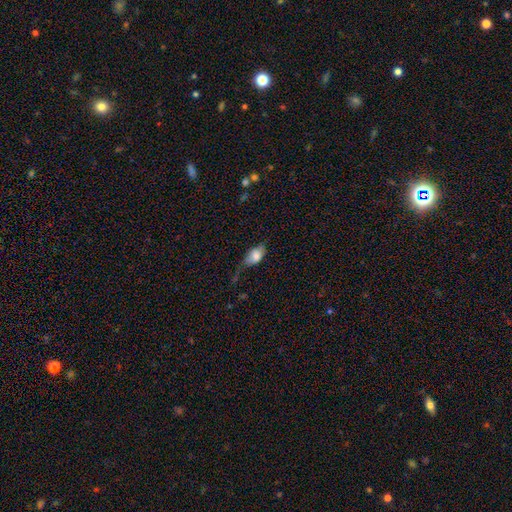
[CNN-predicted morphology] Overall: smooth (75%). How rounded: in between (89%). Merging: none (38%; minor disturbance 35%).